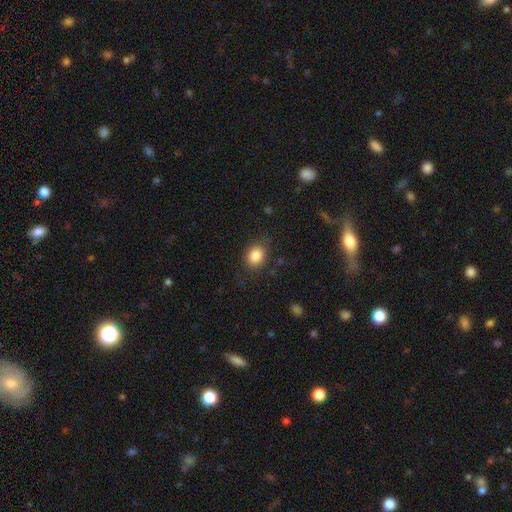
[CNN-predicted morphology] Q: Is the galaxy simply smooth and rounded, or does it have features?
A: smooth — 85%.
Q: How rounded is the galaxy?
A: in between — 51%.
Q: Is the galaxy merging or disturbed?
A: none — 82%.